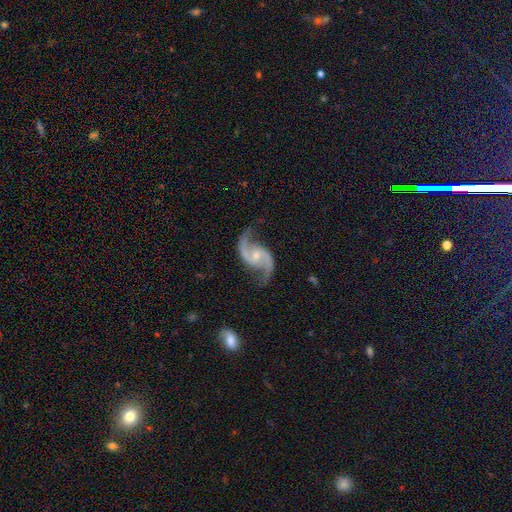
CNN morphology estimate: A featured or disk galaxy (93%) with no bar (53%), 2 (95%) loose (58%) spiral arms (98%) and a small central bulge (60%). Merging: none (79%).